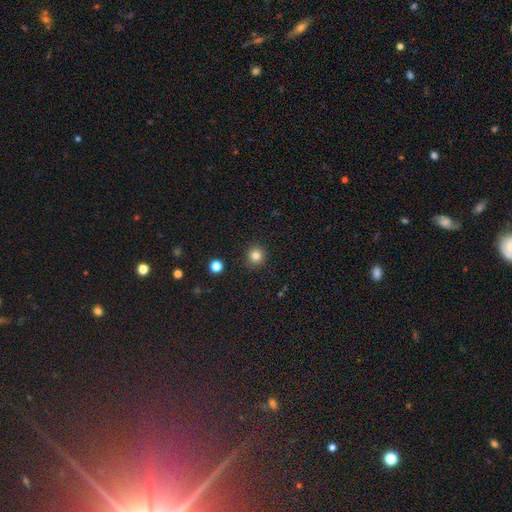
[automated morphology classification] Q: Smooth or featured?
A: smooth (82%); runner-up: star or artifact (13%)
Q: How rounded?
A: round (93%); runner-up: in between (6%)
Q: Merging?
A: none (91%); runner-up: minor disturbance (5%)